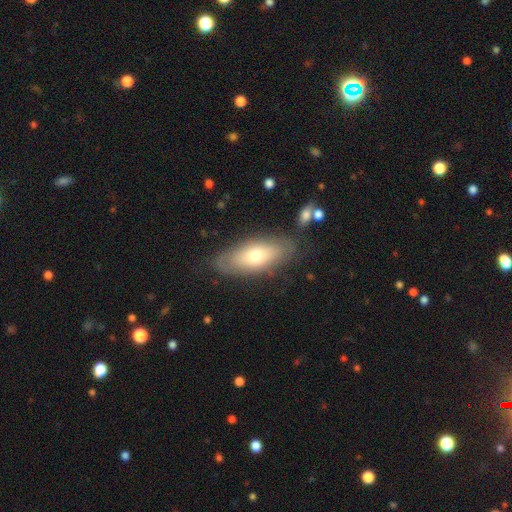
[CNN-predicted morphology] A smooth galaxy with no disk features (58%) that is in between round and cigar-shaped (77%).

Vote fractions:
- Smooth or featured? smooth: 58% / featured or disk: 35% / star or artifact: 7%
- How rounded? in between: 77% / cigar-shaped: 19% / round: 3%
- Merging? none: 76% / minor disturbance: 16% / major disturbance: 5% / merger: 3%